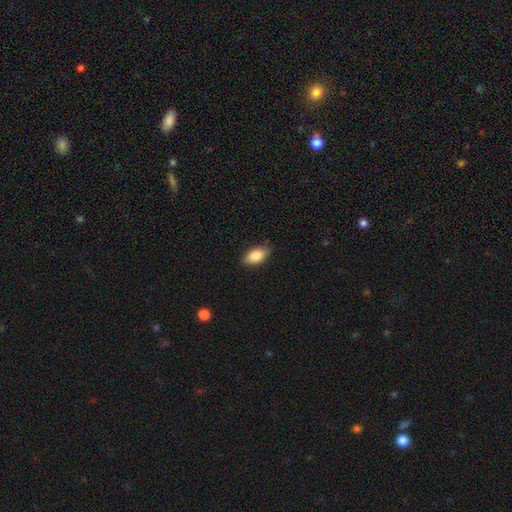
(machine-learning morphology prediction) smooth 83%, featured or disk 10%, star or artifact 7%. Down the decision tree: how rounded — in between (91%); merging — none (84%).